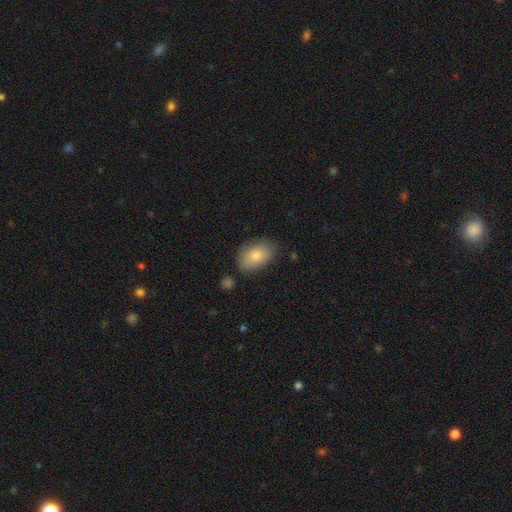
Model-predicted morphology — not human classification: type=smooth (84%); roundness=in between (87%); merging=none (77%).